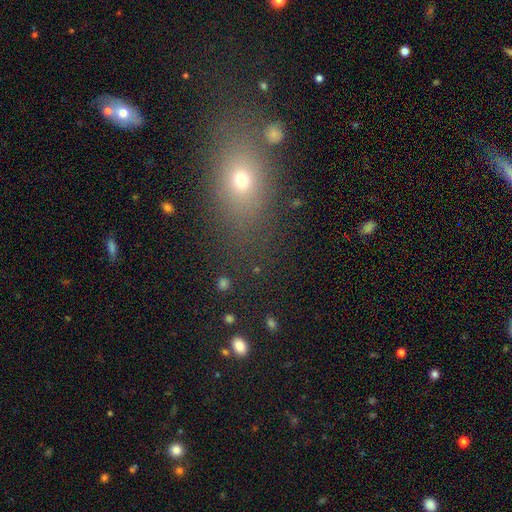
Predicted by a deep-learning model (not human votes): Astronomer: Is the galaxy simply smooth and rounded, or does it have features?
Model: smooth — 58%.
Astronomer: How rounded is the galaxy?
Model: in between — 64%.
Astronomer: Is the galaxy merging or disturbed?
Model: none — 80%.